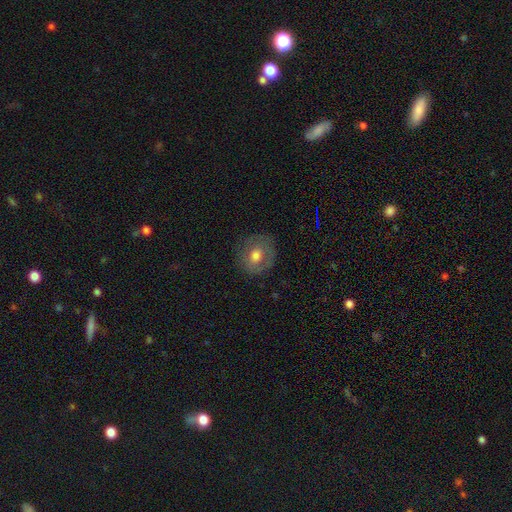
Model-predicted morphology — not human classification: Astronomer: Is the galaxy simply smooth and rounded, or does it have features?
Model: smooth — 59%.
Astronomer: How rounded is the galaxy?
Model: round — 75%.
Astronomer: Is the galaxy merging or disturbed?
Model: none — 79%.